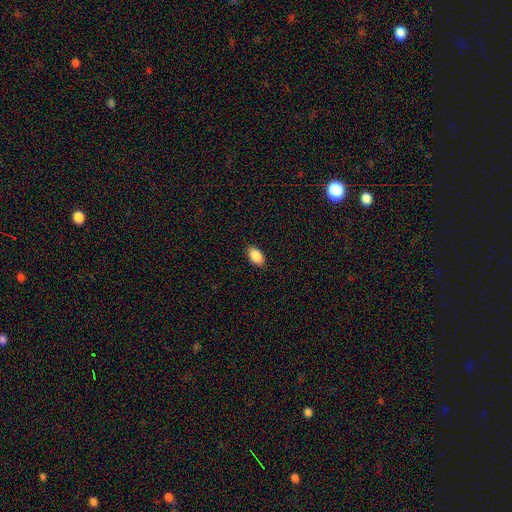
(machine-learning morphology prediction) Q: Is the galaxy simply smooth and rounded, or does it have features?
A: smooth — 89%.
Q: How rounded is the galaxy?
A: in between — 93%.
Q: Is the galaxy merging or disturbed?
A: none — 88%.